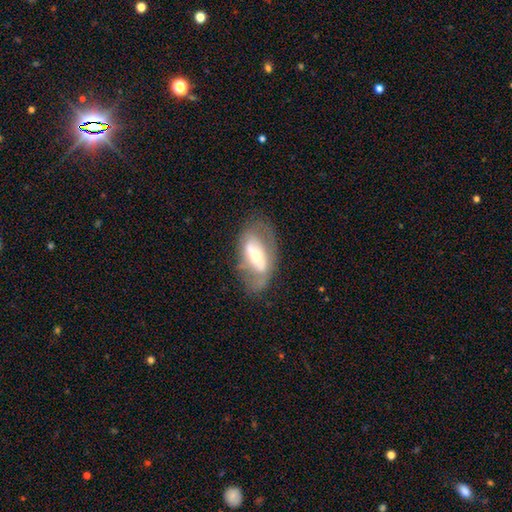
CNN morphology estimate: smooth-or-featured: featured or disk: 64% | smooth: 29% | star or artifact: 7%
  disk-edge-on: no: 87% | yes: 13%
    bar: strong: 42% | no: 33% | weak: 26%
    has-spiral-arms: no: 58% | yes: 42%
    bulge-size: moderate: 54% | small: 34% | large: 9% | dominant: 2% | none: 1%
  merging: none: 59% | minor disturbance: 22% | major disturbance: 16% | merger: 3%